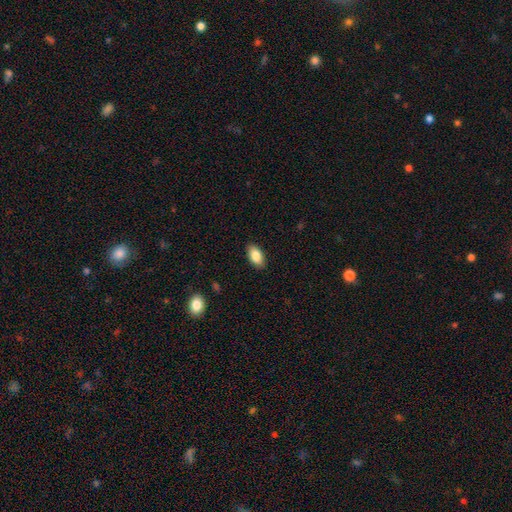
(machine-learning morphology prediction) This is clearly a smooth galaxy (85%). How rounded: clearly in between (93%). Merging: clearly none (89%).